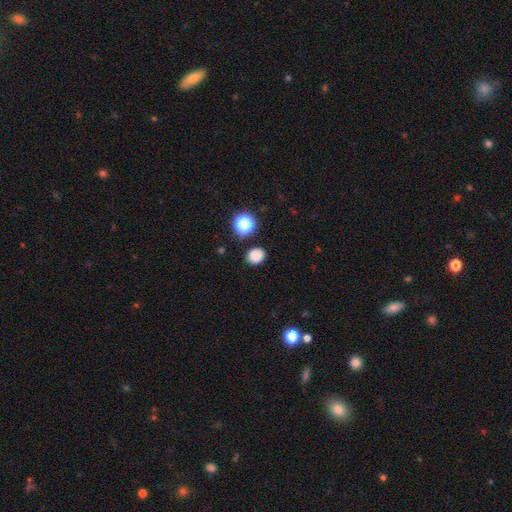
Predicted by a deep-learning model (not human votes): Overall: smooth (83%). How rounded: round (66%; in between 33%). Merging: none (87%).